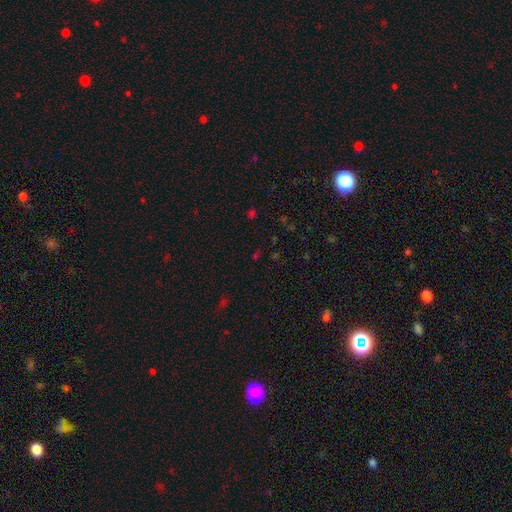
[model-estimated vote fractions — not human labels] Smooth or featured: star or artifact — 57% (smooth — 35%)